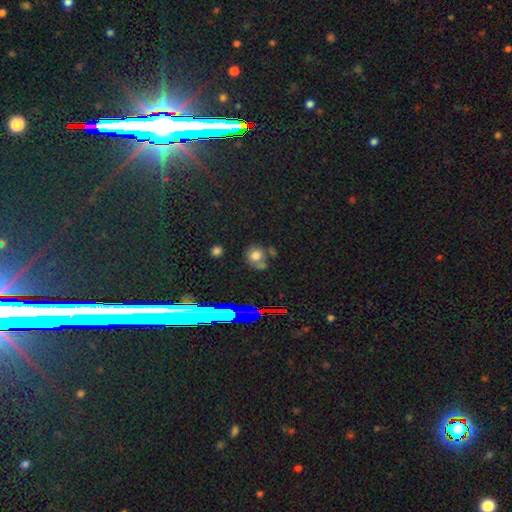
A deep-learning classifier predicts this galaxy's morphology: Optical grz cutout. It shows a smooth galaxy with no disk features (63%) that is round (78%). Merging: none (56%).